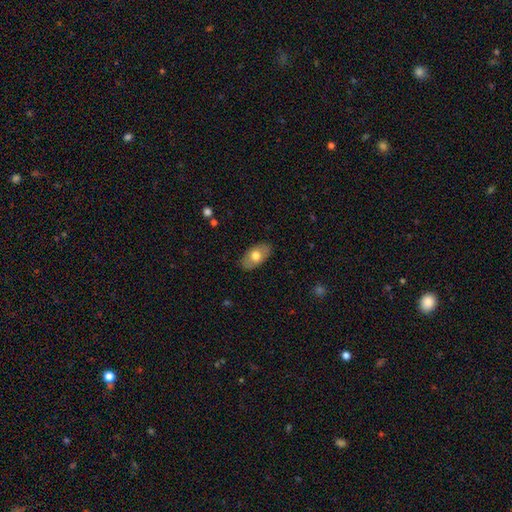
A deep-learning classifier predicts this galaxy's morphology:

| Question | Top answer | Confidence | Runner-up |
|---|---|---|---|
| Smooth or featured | smooth | 67% | featured or disk (27%) |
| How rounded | in between | 92% | round (6%) |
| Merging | none | 85% | minor disturbance (12%) |